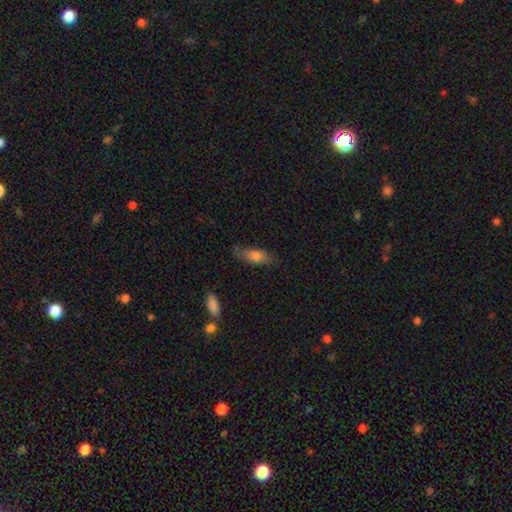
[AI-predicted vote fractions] A smooth galaxy with no disk features (74%) that is in between round and cigar-shaped (69%).

Vote fractions:
- Smooth or featured? smooth: 74% / featured or disk: 19% / star or artifact: 7%
- How rounded? in between: 69% / cigar-shaped: 28% / round: 3%
- Merging? none: 70% / minor disturbance: 22% / major disturbance: 6% / merger: 3%